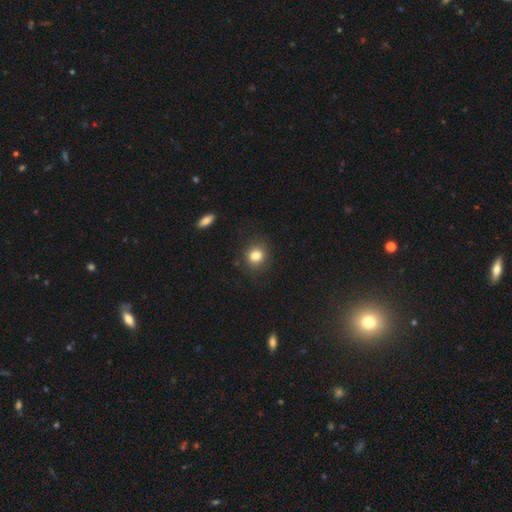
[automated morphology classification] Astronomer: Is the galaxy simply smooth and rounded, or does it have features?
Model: smooth — 82%.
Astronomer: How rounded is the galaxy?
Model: round — 75%.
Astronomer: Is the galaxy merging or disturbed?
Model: none — 85%.